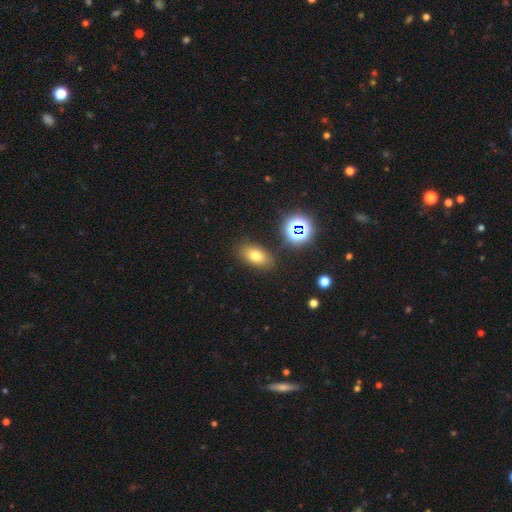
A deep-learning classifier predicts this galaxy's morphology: Smooth or featured? Predicted: smooth (p=0.69). How rounded? Predicted: in between (p=0.84). Merging? Predicted: none (p=0.83).